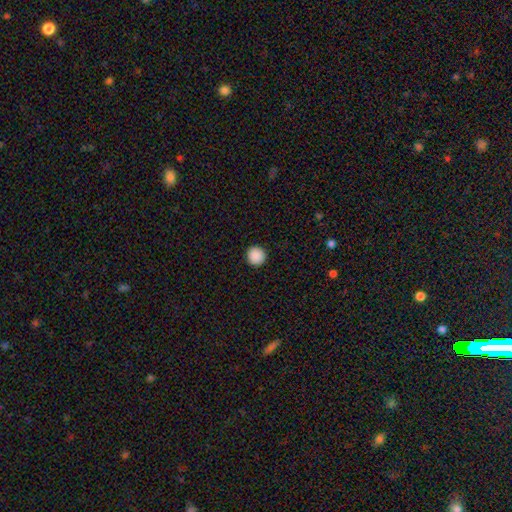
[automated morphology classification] The model was most divided on "smooth or featured": smooth: 90%, star or artifact: 8%, featured or disk: 2%. More confident: how rounded — round (95%); merging — none (93%).